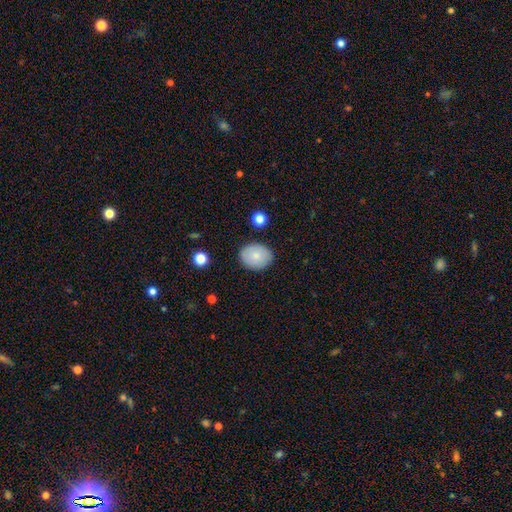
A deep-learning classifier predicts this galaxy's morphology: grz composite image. It shows a smooth galaxy with no disk features (81%) that is in between round and cigar-shaped (50%, tied with round). Merging: none (87%).